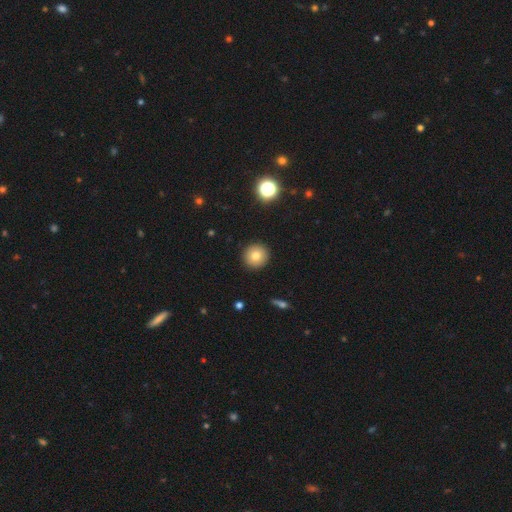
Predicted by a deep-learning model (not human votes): This is likely a smooth galaxy (77%). How rounded: clearly round (94%). Merging: clearly none (92%).